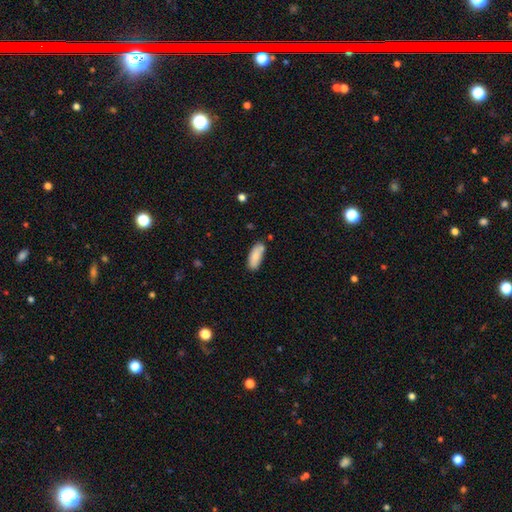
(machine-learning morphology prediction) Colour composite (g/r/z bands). It shows a smooth galaxy with no disk features (85%) that is in between round and cigar-shaped (74%). Merging: none (70%).